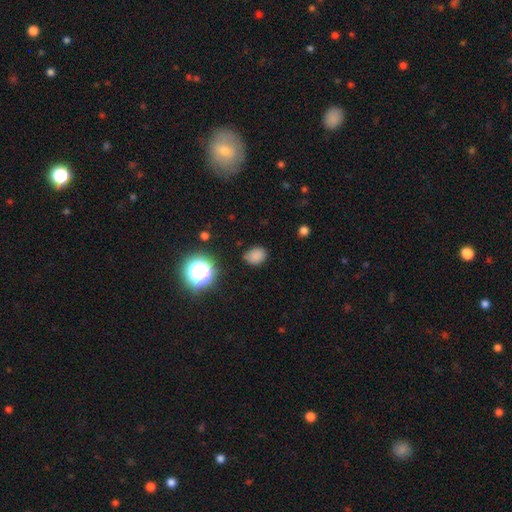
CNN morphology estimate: Overall: smooth (79%). How rounded: in between (58%; round 41%). Merging: none (77%).